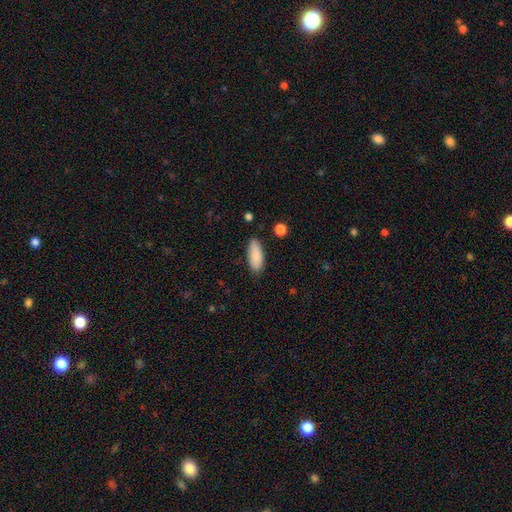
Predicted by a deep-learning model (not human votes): A smooth galaxy with no disk features (88%) that is in between round and cigar-shaped (76%).

Vote fractions:
- Smooth or featured? smooth: 88% / star or artifact: 6% / featured or disk: 6%
- How rounded? in between: 76% / cigar-shaped: 22% / round: 2%
- Merging? none: 84% / minor disturbance: 12% / major disturbance: 2% / merger: 2%